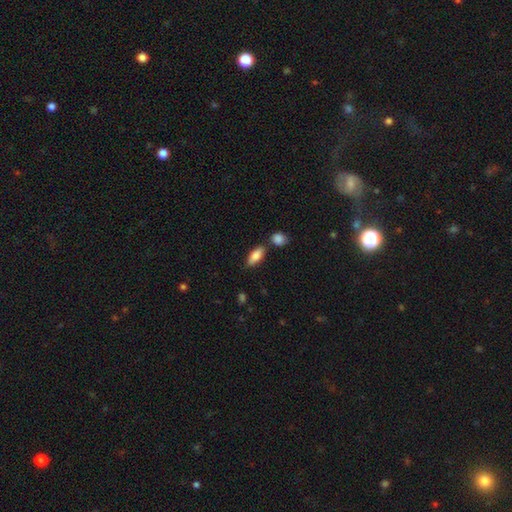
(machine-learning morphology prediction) smooth_or_featured: smooth (p=0.81) [alt: featured or disk p=0.13]
how_rounded: in between (p=0.80) [alt: cigar-shaped p=0.18]
merging: none (p=0.75) [alt: minor disturbance p=0.12]